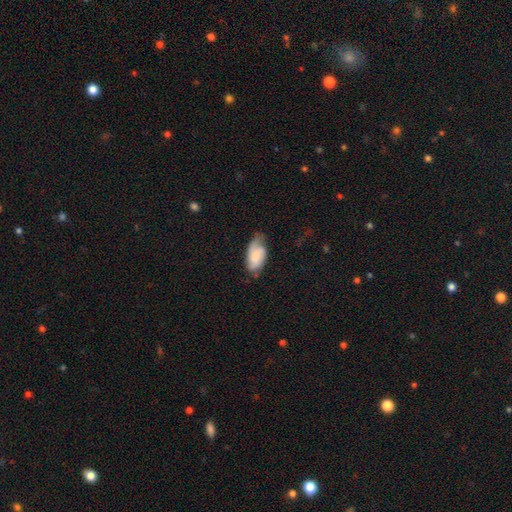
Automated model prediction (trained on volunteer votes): Q: Smooth or featured?
A: smooth (59%); runner-up: featured or disk (34%)
Q: How rounded?
A: in between (93%); runner-up: cigar-shaped (4%)
Q: Merging?
A: none (45%); runner-up: minor disturbance (38%)